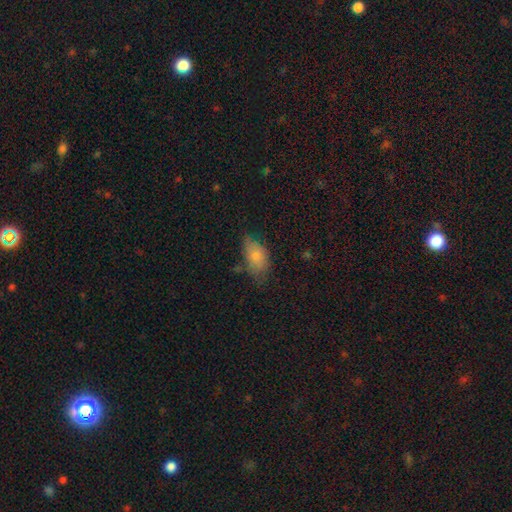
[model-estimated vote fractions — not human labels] Smooth or featured? smooth (72%)
How rounded? in between (89%)
Merging? none (58%)